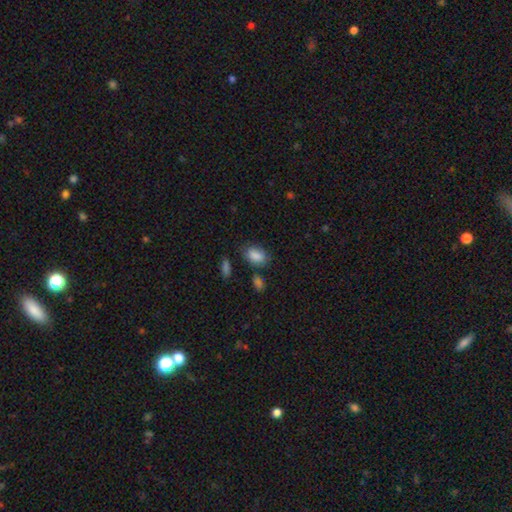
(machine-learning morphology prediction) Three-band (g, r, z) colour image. It shows a smooth galaxy with no disk features (85%) that is in between round and cigar-shaped (88%). Merging: none (69%).